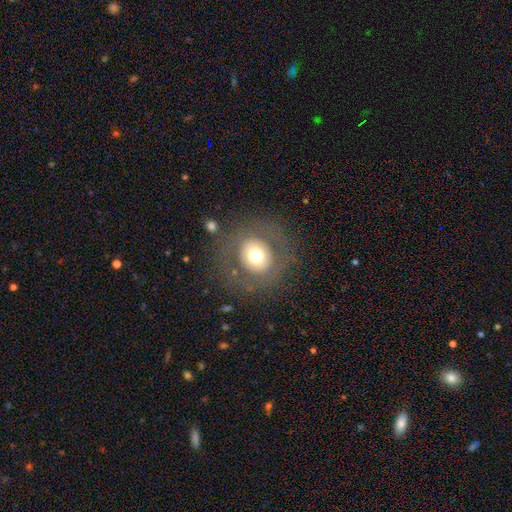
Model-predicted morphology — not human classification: smooth-or-featured: smooth: 60% | featured or disk: 27% | star or artifact: 12%
  how-rounded: round: 91% | in between: 8% | cigar-shaped: 1%
  merging: none: 80% | minor disturbance: 9% | major disturbance: 9% | merger: 2%